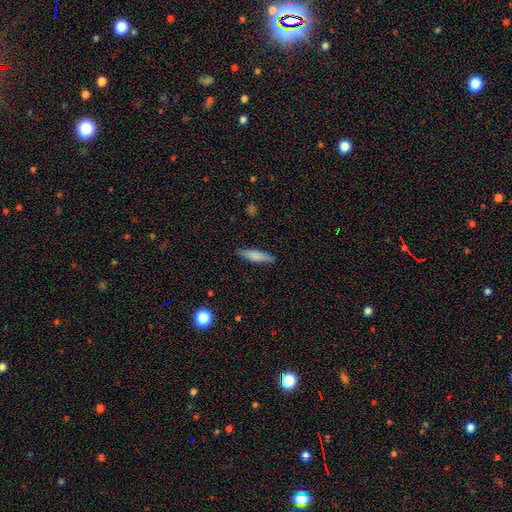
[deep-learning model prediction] A smooth galaxy with no disk features (71%) that is cigar-shaped (62%).

Vote fractions:
- Smooth or featured? smooth: 71% / featured or disk: 17% / star or artifact: 12%
- How rounded? cigar-shaped: 62% / in between: 35% / round: 3%
- Merging? none: 86% / minor disturbance: 11% / major disturbance: 2% / merger: 1%